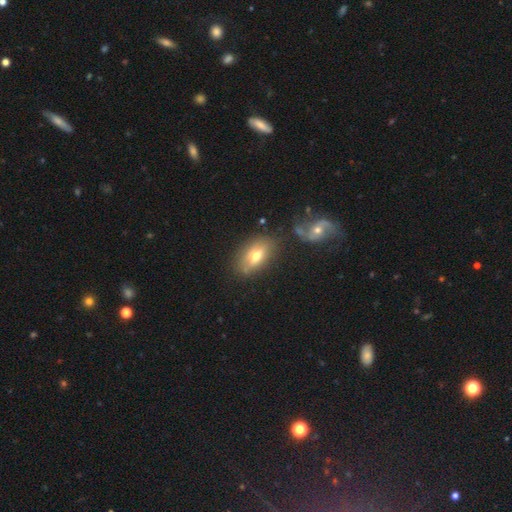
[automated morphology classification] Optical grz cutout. It shows a smooth galaxy with no disk features (57%) that is in between round and cigar-shaped (84%). Merging: none (72%).